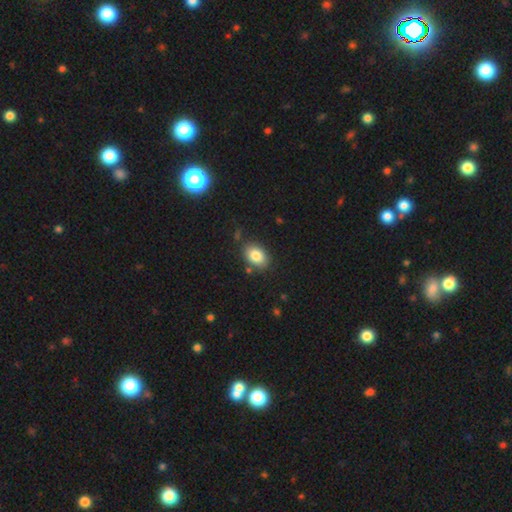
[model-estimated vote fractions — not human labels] smooth 84%, star or artifact 8%, featured or disk 8%. Down the decision tree: how rounded — in between (80%); merging — none (82%).